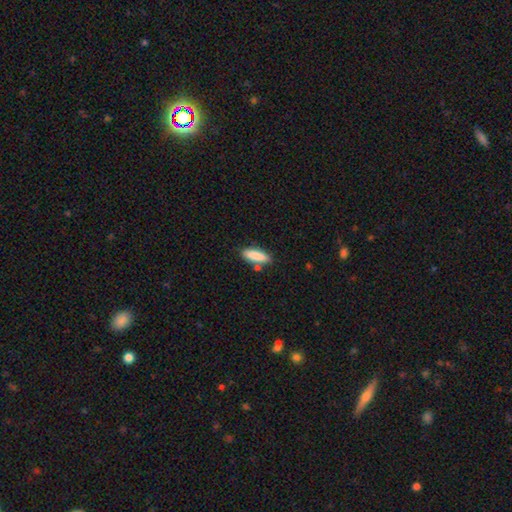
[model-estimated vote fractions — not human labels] Q: Smooth or featured?
A: smooth (86%); runner-up: featured or disk (8%)
Q: How rounded?
A: cigar-shaped (51%); runner-up: in between (47%)
Q: Merging?
A: none (74%); runner-up: minor disturbance (15%)